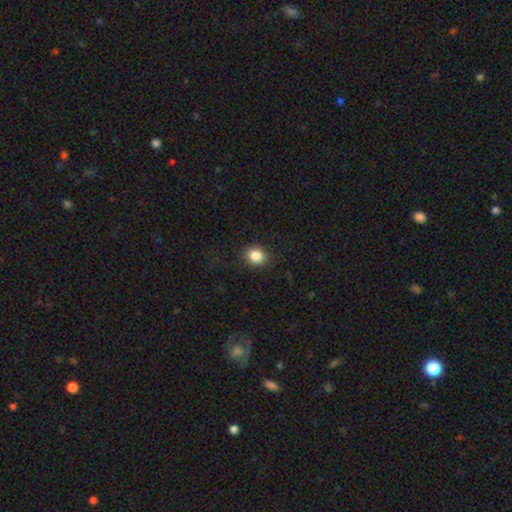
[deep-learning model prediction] The model was most divided on "how rounded": round: 73%, in between: 26%, cigar-shaped: 1%. More confident: merging — none (88%); smooth or featured — smooth (86%).